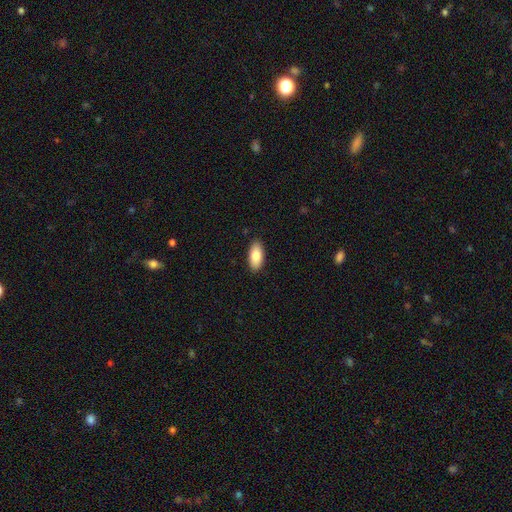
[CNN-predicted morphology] smooth-or-featured: smooth: 83% | featured or disk: 11% | star or artifact: 6%
  how-rounded: in between: 90% | cigar-shaped: 8% | round: 2%
  merging: none: 89% | minor disturbance: 8% | major disturbance: 2% | merger: 1%